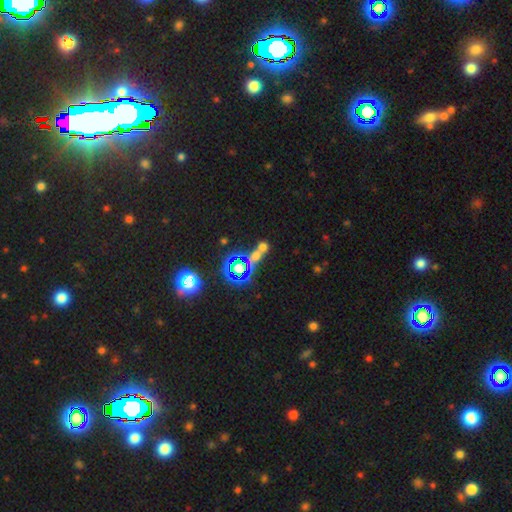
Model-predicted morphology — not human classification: This is marginally a star or artifact rather than a galaxy (44%).